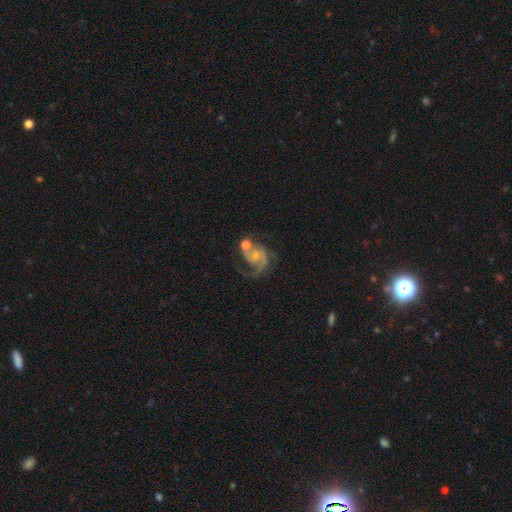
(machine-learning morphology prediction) smooth-or-featured: featured or disk: 83% | smooth: 11% | star or artifact: 6%
  disk-edge-on: no: 98% | yes: 2%
    bar: no: 62% | weak: 32% | strong: 6%
    has-spiral-arms: yes: 95% | no: 5%
      spiral-winding: medium: 49% | loose: 29% | tight: 21%
      spiral-arm-count: 2: 59% | 1: 28% | can't tell: 6% | 3: 5% | 4: 1% | more than 4: 1%
    bulge-size: small: 58% | moderate: 30% | none: 9% | large: 3% | dominant: 1%
  merging: none: 36% | merger: 29% | major disturbance: 21% | minor disturbance: 15%